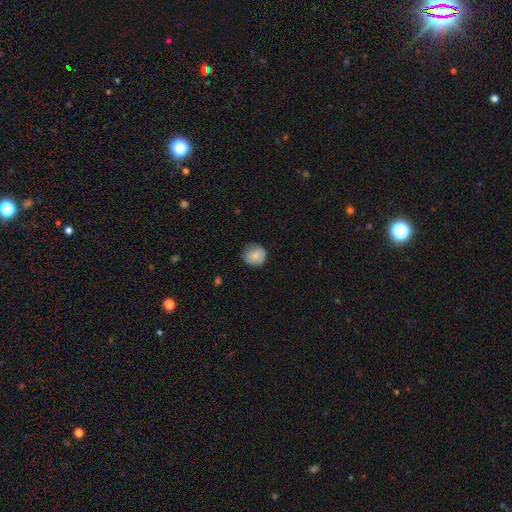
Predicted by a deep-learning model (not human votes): smooth 80%, featured or disk 12%, star or artifact 8%. Down the decision tree: how rounded — round (88%); merging — none (73%).